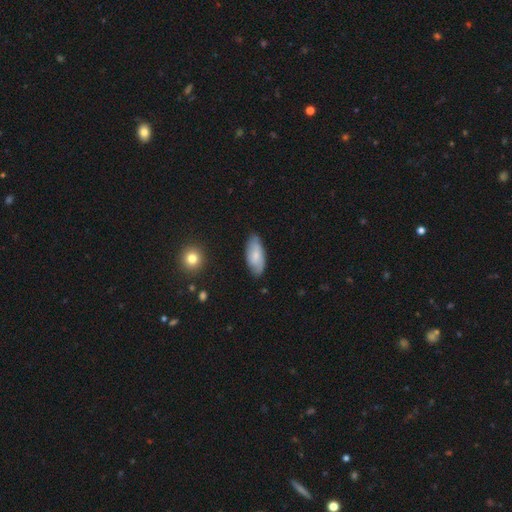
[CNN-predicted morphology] smooth-or-featured: smooth: 63% | featured or disk: 31% | star or artifact: 6%
  how-rounded: in between: 88% | cigar-shaped: 10% | round: 2%
  merging: none: 75% | minor disturbance: 21% | major disturbance: 3% | merger: 1%